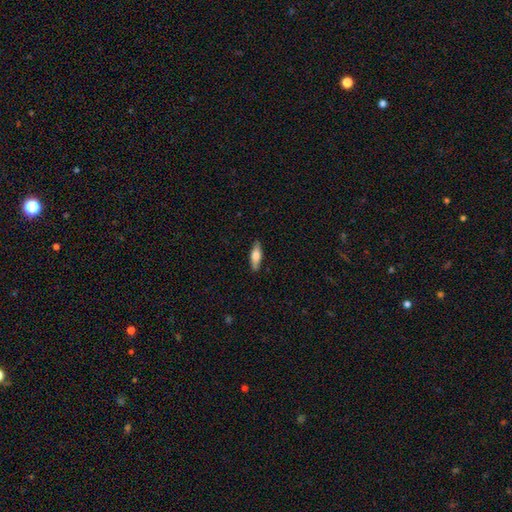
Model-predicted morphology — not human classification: Smooth or featured?
  - smooth: 67% *
  - featured or disk: 27%
  - star or artifact: 6%
How rounded?
  - in between: 57% *
  - cigar-shaped: 41%
  - round: 2%
Merging?
  - none: 86% *
  - minor disturbance: 11%
  - major disturbance: 2%
  - merger: 1%